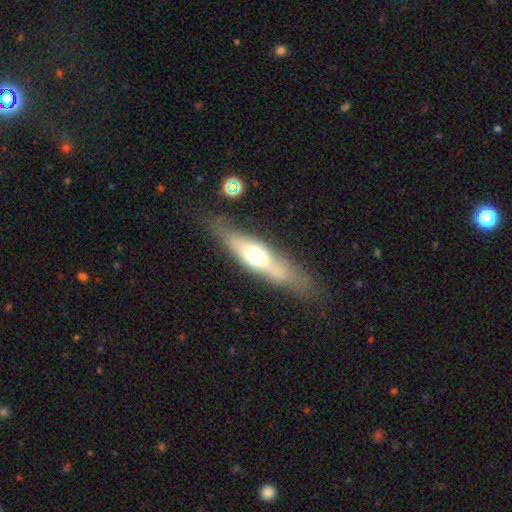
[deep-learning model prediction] smooth 47%, featured or disk 45%, star or artifact 8%. Down the decision tree: merging — none (78%).